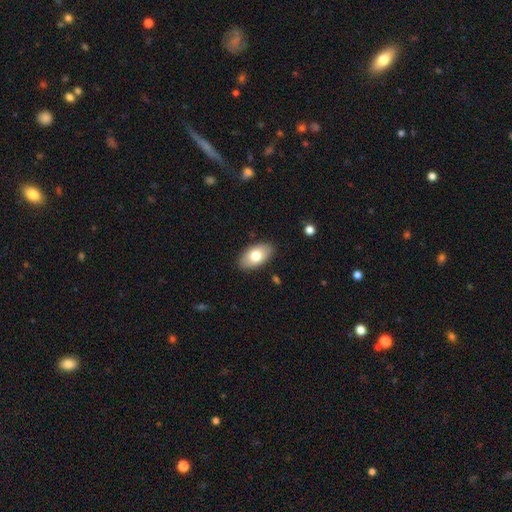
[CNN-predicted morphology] This is likely a smooth galaxy (76%). How rounded: clearly in between (94%). Merging: clearly none (87%).